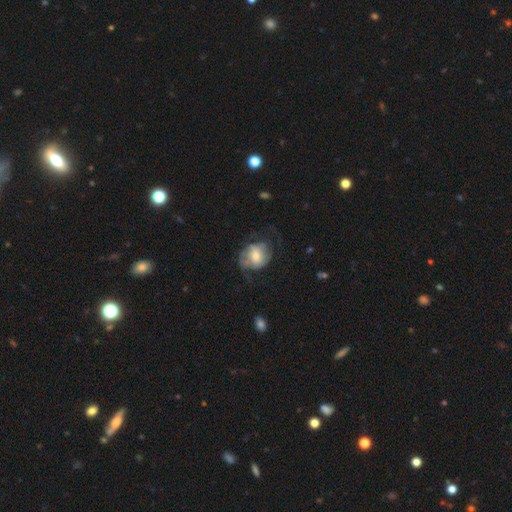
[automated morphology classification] Smooth or featured: featured or disk — 52% (smooth — 42%)
Edge-on disk: no — 96% (yes — 4%)
Merging: none — 48% (major disturbance — 27%)